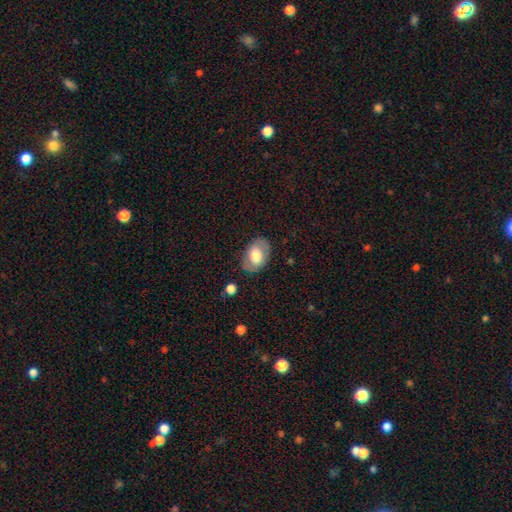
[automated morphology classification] This appears to be a smooth galaxy with no disk features (64%) that is in between round and cigar-shaped (88%). Merging: none (78%).